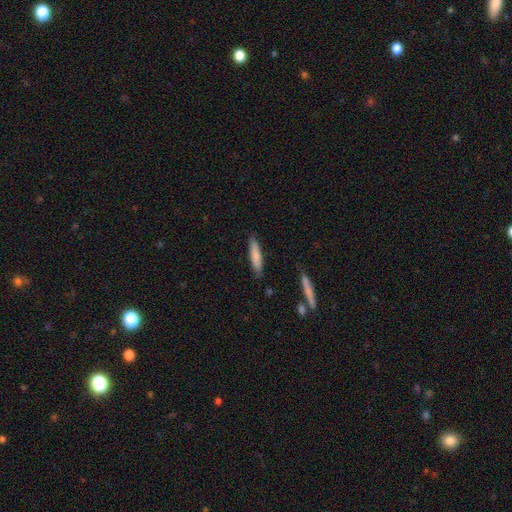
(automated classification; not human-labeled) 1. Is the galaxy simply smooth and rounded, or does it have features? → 80% smooth, 14% featured or disk, 6% star or artifact.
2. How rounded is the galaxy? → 84% cigar-shaped, 15% in between, 1% round.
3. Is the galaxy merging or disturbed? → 86% none, 10% minor disturbance, 2% major disturbance, 2% merger.